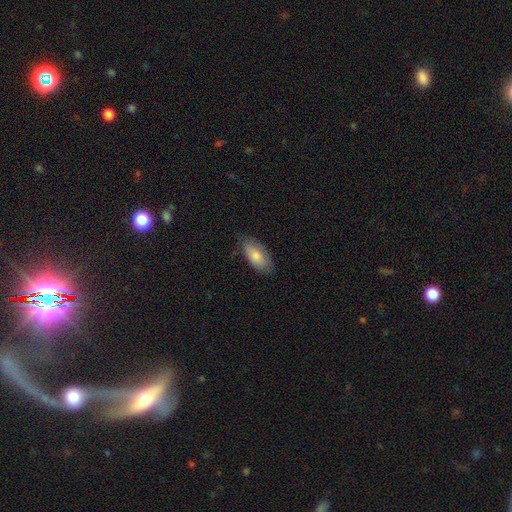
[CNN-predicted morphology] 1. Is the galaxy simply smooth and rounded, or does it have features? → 81% smooth, 13% featured or disk, 6% star or artifact.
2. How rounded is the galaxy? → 91% in between, 7% cigar-shaped, 2% round.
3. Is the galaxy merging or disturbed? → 77% none, 18% minor disturbance, 4% major disturbance, 1% merger.